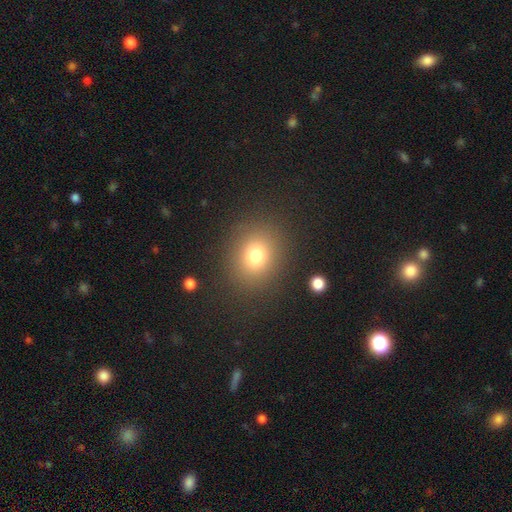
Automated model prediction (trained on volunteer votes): Smooth or featured?
  - smooth: 76% *
  - star or artifact: 14%
  - featured or disk: 10%
How rounded?
  - round: 64% *
  - in between: 35%
  - cigar-shaped: 1%
Merging?
  - none: 85% *
  - minor disturbance: 8%
  - major disturbance: 4%
  - merger: 2%